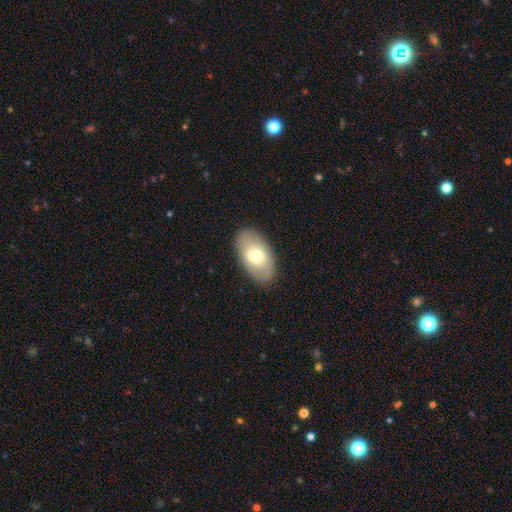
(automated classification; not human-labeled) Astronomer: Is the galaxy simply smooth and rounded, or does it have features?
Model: smooth — 61%.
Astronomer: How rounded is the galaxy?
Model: in between — 92%.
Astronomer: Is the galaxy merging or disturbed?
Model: none — 85%.